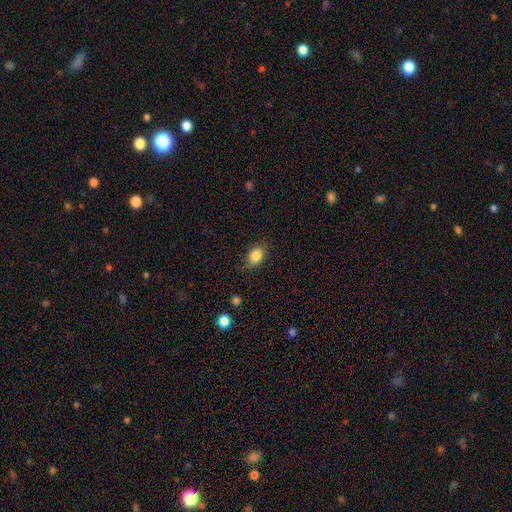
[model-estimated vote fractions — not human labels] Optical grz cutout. It shows a smooth galaxy with no disk features (84%) that is in between round and cigar-shaped (71%). Merging: none (79%).